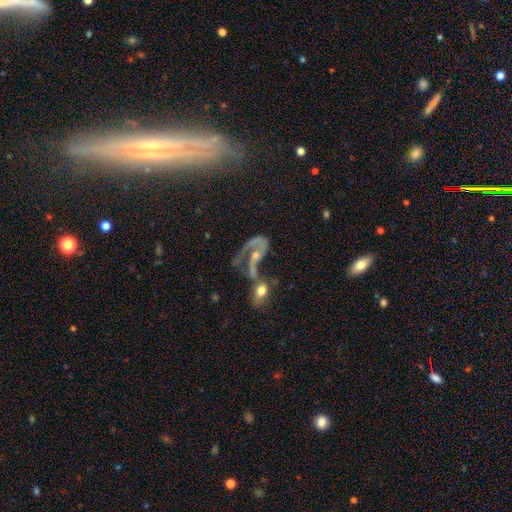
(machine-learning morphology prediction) A featured or disk galaxy (73%) with no bar (57%), 2 (58%) loose (60%) spiral arms (81%) and a small central bulge (48%). Merging: merger (38%).